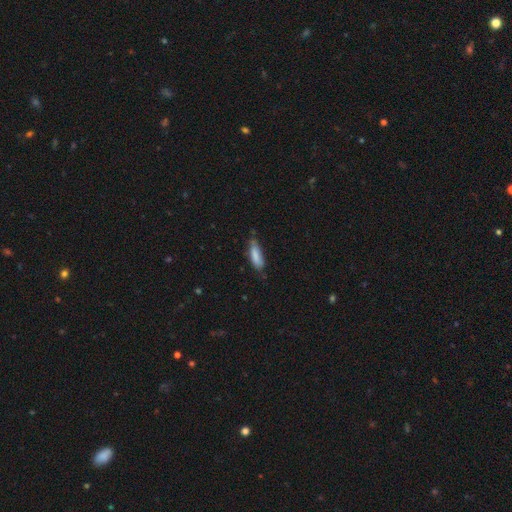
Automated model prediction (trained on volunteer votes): smooth_or_featured: smooth (p=0.83) [alt: featured or disk p=0.10]
how_rounded: cigar-shaped (p=0.53) [alt: in between p=0.46]
merging: none (p=0.63) [alt: minor disturbance p=0.30]